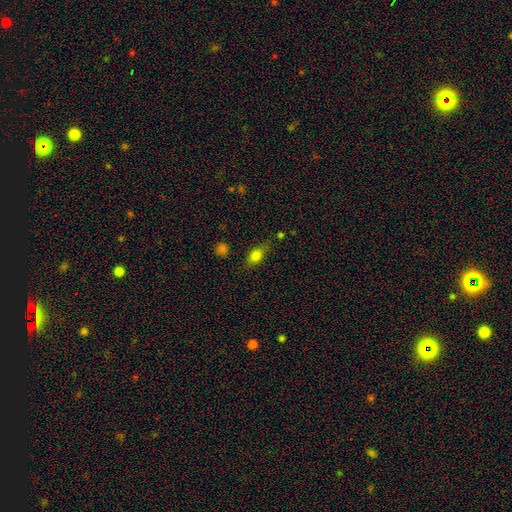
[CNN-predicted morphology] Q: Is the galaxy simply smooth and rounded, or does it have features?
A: smooth — 78%.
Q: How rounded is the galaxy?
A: in between — 78%.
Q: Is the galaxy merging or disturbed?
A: none — 69%.